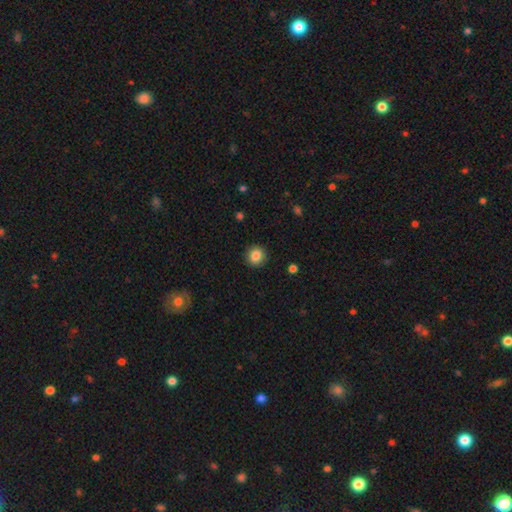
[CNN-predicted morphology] The model was most divided on "smooth or featured": smooth: 86%, star or artifact: 9%, featured or disk: 5%. More confident: merging — none (91%); how rounded — round (90%).